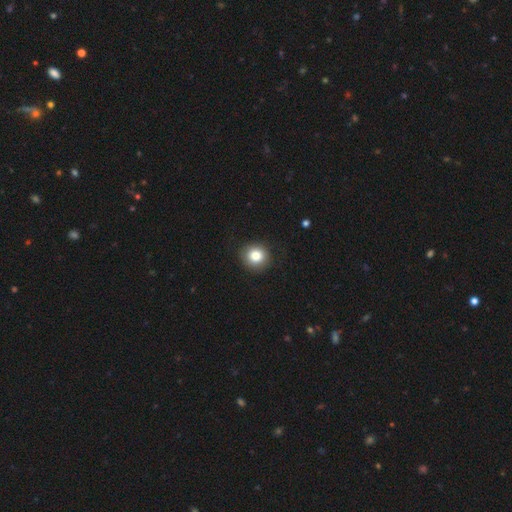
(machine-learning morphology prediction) smooth-or-featured: smooth: 83% | star or artifact: 10% | featured or disk: 8%
  how-rounded: round: 88% | in between: 11% | cigar-shaped: 1%
  merging: none: 89% | minor disturbance: 7% | major disturbance: 2% | merger: 1%